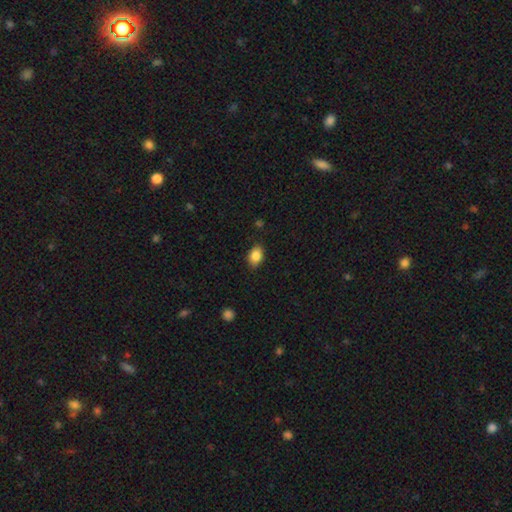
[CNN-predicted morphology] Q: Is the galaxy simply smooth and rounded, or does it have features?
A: smooth — 87%.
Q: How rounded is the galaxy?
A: in between — 81%.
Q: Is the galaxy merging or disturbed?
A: none — 84%.